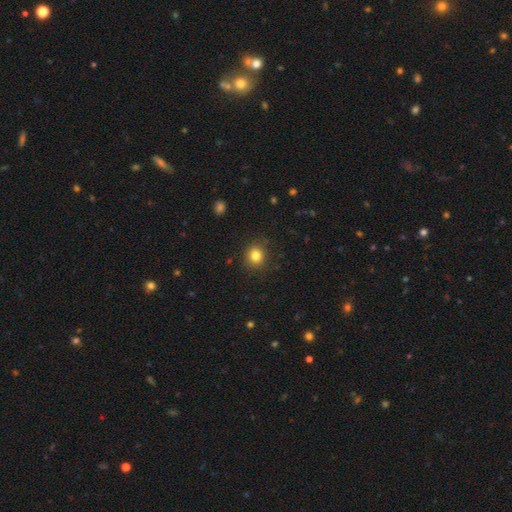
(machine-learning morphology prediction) Smooth or featured? smooth (82%)
How rounded? round (83%)
Merging? none (88%)